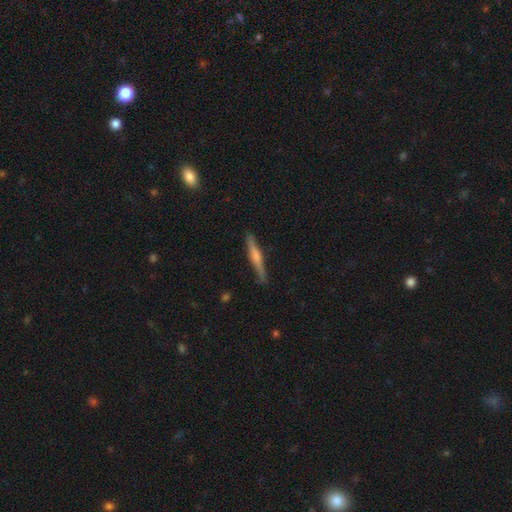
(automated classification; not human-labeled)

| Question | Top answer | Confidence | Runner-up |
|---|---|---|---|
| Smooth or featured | featured or disk | 56% | smooth (39%) |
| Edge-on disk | yes | 97% | no (3%) |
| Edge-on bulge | rounded | 55% | none (25%) |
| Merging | none | 87% | minor disturbance (10%) |